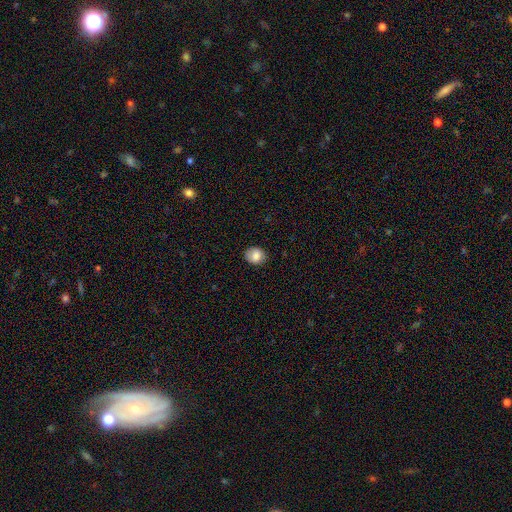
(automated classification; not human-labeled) This appears to be a smooth galaxy with no disk features (83%) that is round (64%). Merging: none (84%).